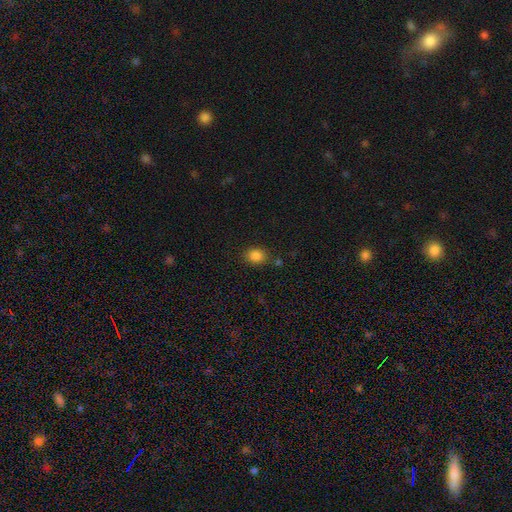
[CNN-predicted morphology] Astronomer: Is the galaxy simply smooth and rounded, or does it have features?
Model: smooth — 84%.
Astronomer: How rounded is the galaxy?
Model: round — 51% (runner-up: in between, 48%).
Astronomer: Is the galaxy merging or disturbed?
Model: none — 80%.